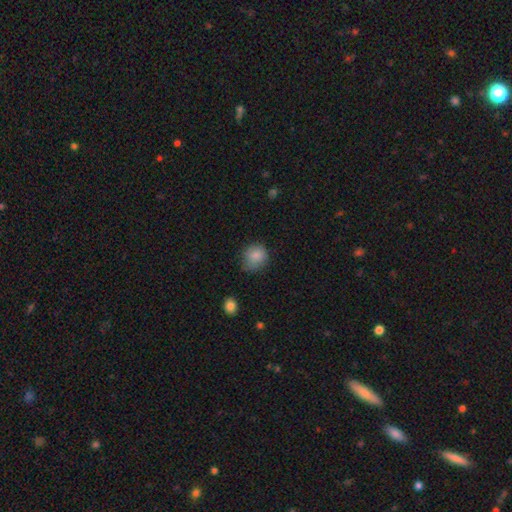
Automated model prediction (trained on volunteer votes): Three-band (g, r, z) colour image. It shows a smooth galaxy with no disk features (85%) that is round (78%). Merging: none (64%).